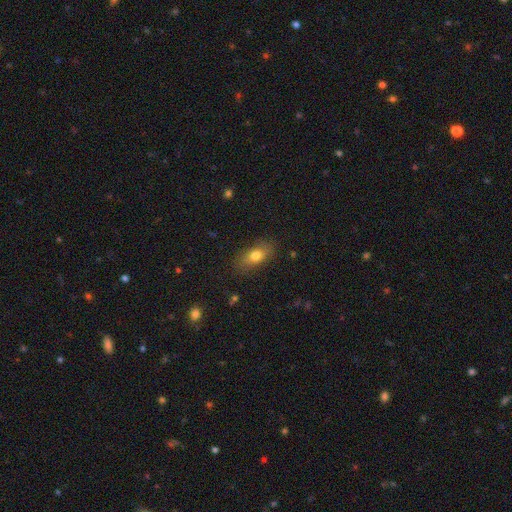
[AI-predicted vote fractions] smooth_or_featured: smooth (p=0.75) [alt: featured or disk p=0.16]
how_rounded: in between (p=0.79) [alt: cigar-shaped p=0.11]
merging: none (p=0.81) [alt: minor disturbance p=0.14]